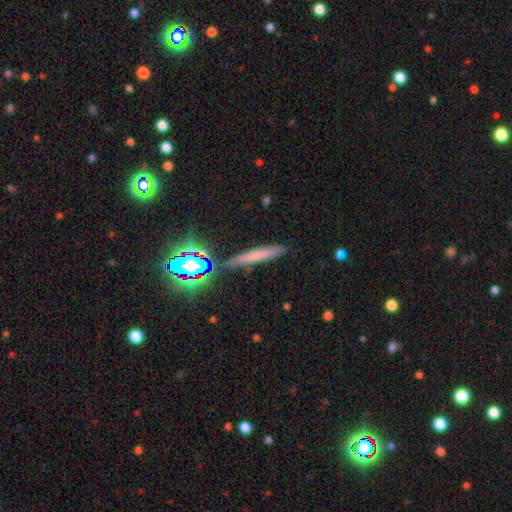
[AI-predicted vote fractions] smooth-or-featured: smooth: 58% | featured or disk: 22% | star or artifact: 19%
  how-rounded: cigar-shaped: 91% | in between: 6% | round: 3%
  merging: none: 84% | minor disturbance: 10% | merger: 3% | major disturbance: 3%